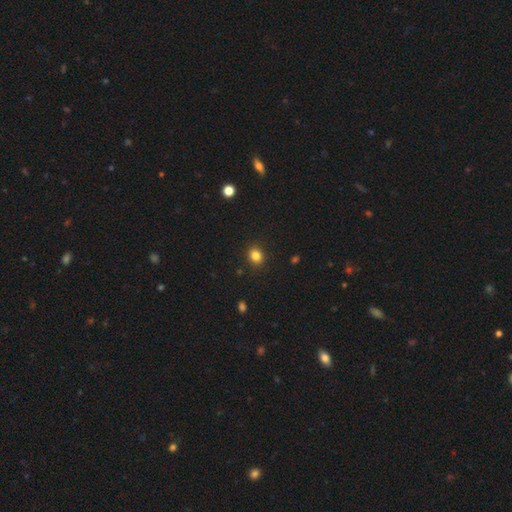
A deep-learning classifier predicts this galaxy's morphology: The model was most divided on "how rounded": round: 65%, in between: 34%, cigar-shaped: 1%. More confident: merging — none (89%); smooth or featured — smooth (83%).